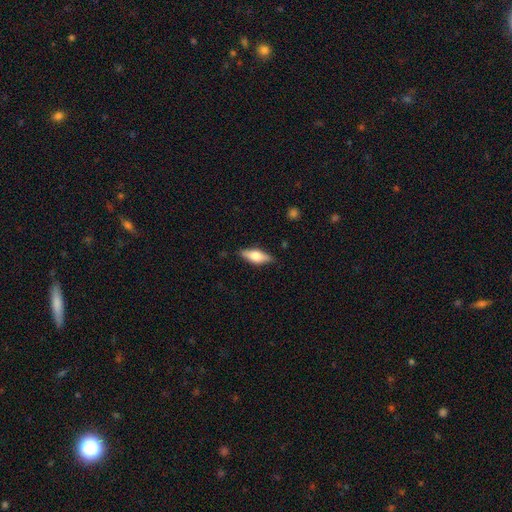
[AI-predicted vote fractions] The model was most divided on "smooth or featured": smooth: 58%, featured or disk: 36%, star or artifact: 6%. More confident: merging — none (83%); how rounded — in between (67%).